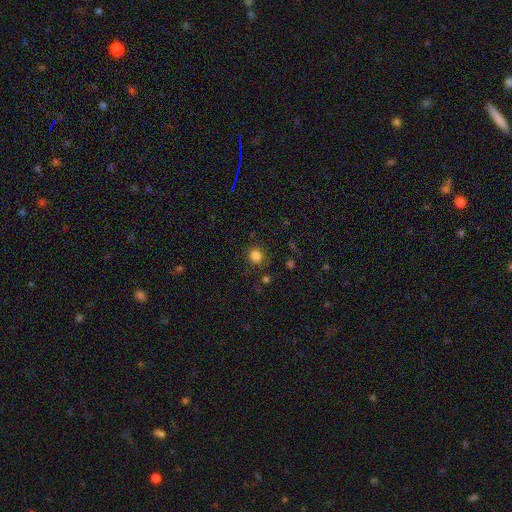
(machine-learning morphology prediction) This appears to be a smooth galaxy with no disk features (83%) that is round (83%). Merging: none (85%).